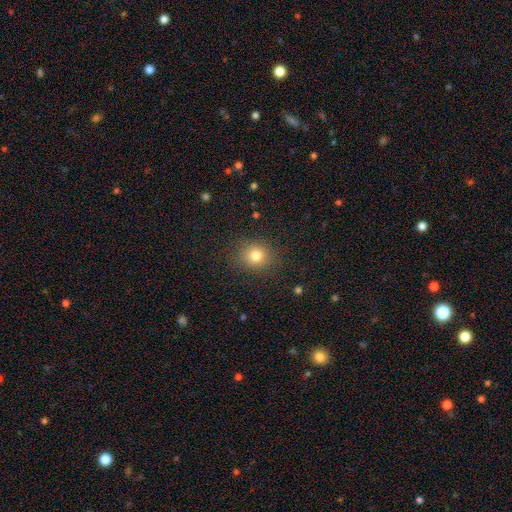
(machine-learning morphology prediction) smooth_or_featured: smooth (p=0.79) [alt: star or artifact p=0.13]
how_rounded: round (p=0.75) [alt: in between p=0.24]
merging: none (p=0.86) [alt: minor disturbance p=0.09]